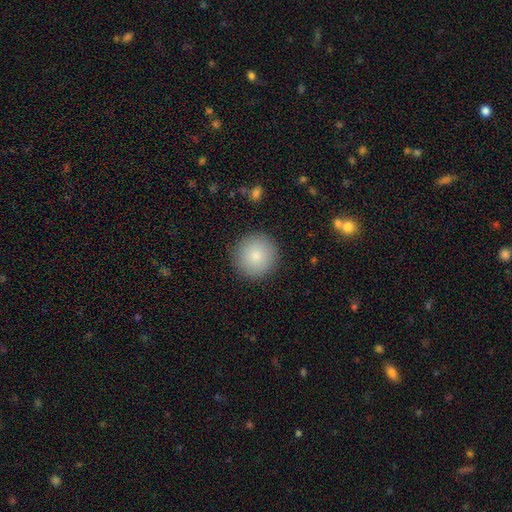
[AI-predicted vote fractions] Smooth or featured?
  - smooth: 84% *
  - featured or disk: 8%
  - star or artifact: 8%
How rounded?
  - round: 96% *
  - in between: 4%
  - cigar-shaped: 1%
Merging?
  - none: 91% *
  - minor disturbance: 6%
  - major disturbance: 2%
  - merger: 1%